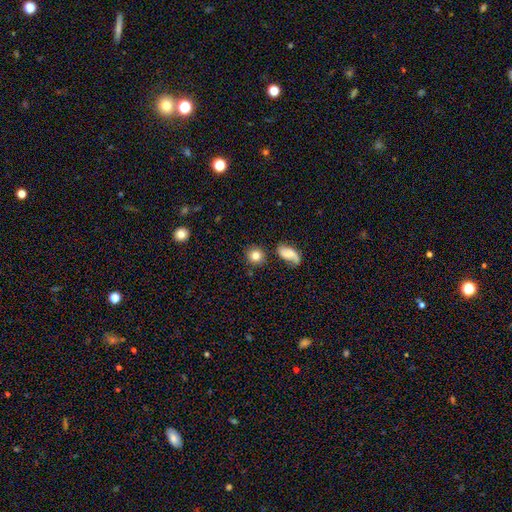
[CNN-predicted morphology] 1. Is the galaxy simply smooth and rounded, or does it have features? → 80% smooth, 11% featured or disk, 9% star or artifact.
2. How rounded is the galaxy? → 87% round, 11% in between, 2% cigar-shaped.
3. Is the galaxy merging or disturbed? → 81% none, 10% minor disturbance, 6% merger, 3% major disturbance.